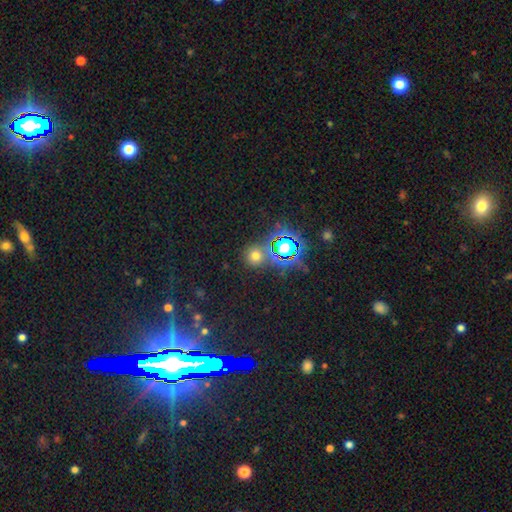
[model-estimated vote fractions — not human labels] Q: Smooth or featured?
A: smooth (56%); runner-up: star or artifact (37%)
Q: How rounded?
A: round (90%); runner-up: in between (9%)
Q: Merging?
A: none (79%); runner-up: merger (9%)